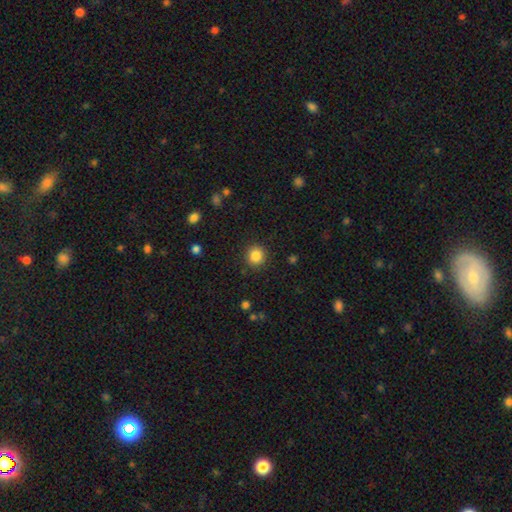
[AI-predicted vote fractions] A smooth galaxy with no disk features (85%) that is round (90%).

Vote fractions:
- Smooth or featured? smooth: 85% / star or artifact: 11% / featured or disk: 4%
- How rounded? round: 90% / in between: 9% / cigar-shaped: 1%
- Merging? none: 89% / minor disturbance: 7% / major disturbance: 3% / merger: 1%